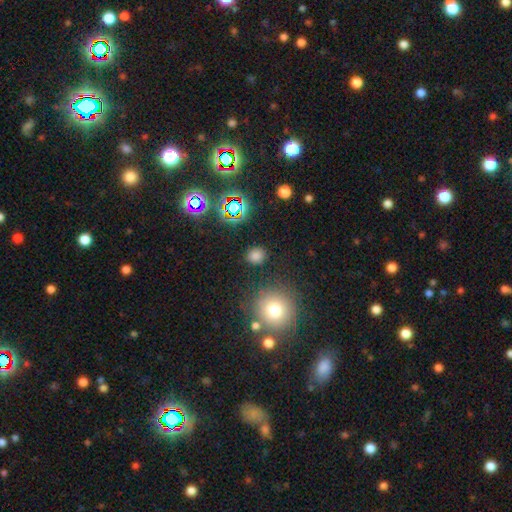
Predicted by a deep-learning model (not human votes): Overall: smooth (73%). How rounded: round (76%). Merging: none (85%).